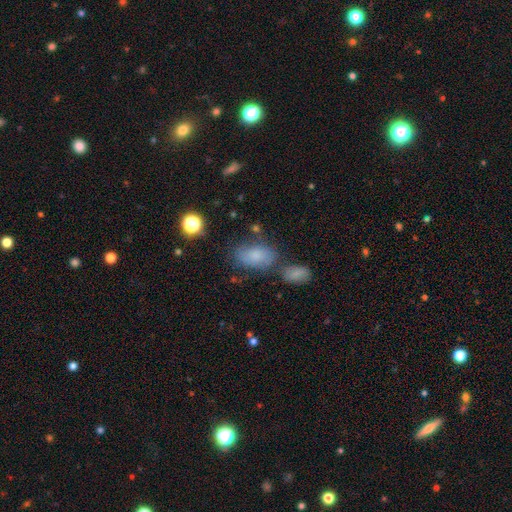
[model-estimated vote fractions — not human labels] Smooth or featured? Predicted: smooth (p=0.74). How rounded? Predicted: in between (p=0.90). Merging? Predicted: none (p=0.57).